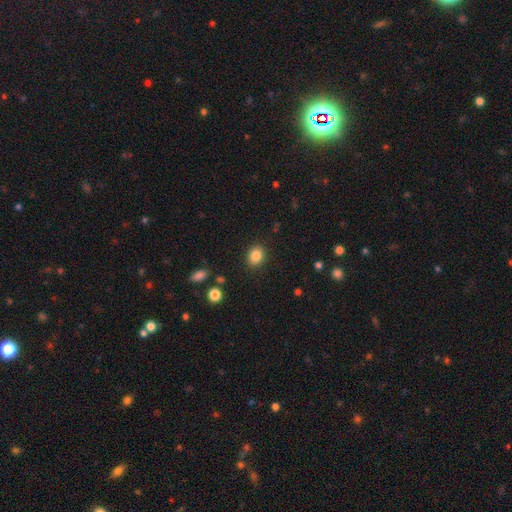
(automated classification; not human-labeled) A smooth galaxy with no disk features (85%) that is in between round and cigar-shaped (51%).

Vote fractions:
- Smooth or featured? smooth: 85% / star or artifact: 10% / featured or disk: 5%
- How rounded? in between: 51% / round: 48% / cigar-shaped: 1%
- Merging? none: 88% / minor disturbance: 8% / major disturbance: 3% / merger: 1%